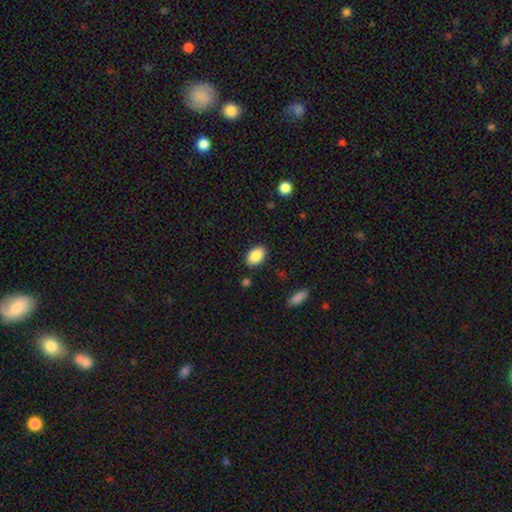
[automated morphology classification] Smooth or featured?
  - smooth: 86% *
  - star or artifact: 7%
  - featured or disk: 6%
How rounded?
  - in between: 89% *
  - round: 10%
  - cigar-shaped: 1%
Merging?
  - none: 86% *
  - minor disturbance: 10%
  - major disturbance: 2%
  - merger: 2%